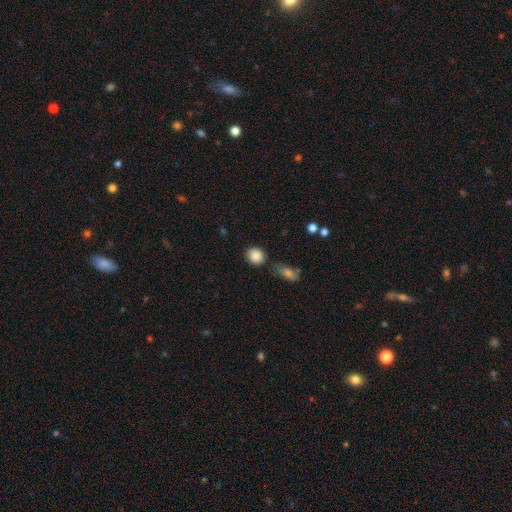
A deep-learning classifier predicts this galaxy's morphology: This appears to be a smooth galaxy with no disk features (87%) that is round (72%). Merging: none (75%).